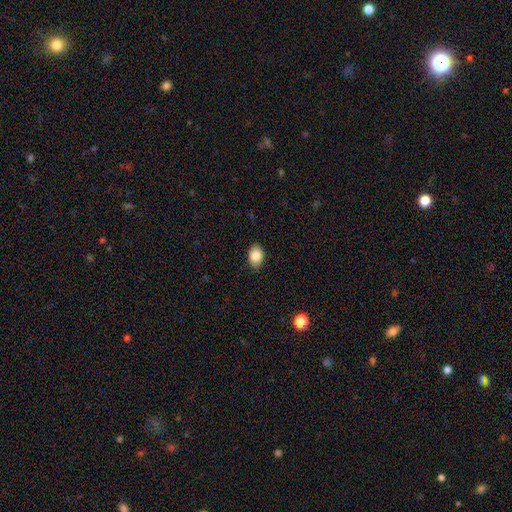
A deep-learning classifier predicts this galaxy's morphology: Overall: smooth (86%). How rounded: in between (78%). Merging: none (87%).